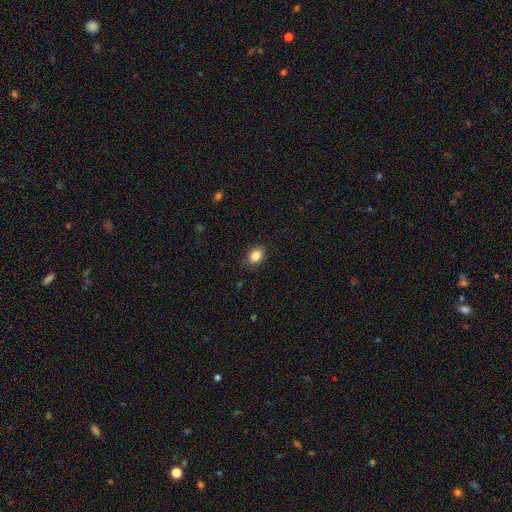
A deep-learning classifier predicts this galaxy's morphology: type=smooth (86%); roundness=in between (79%); merging=none (86%).